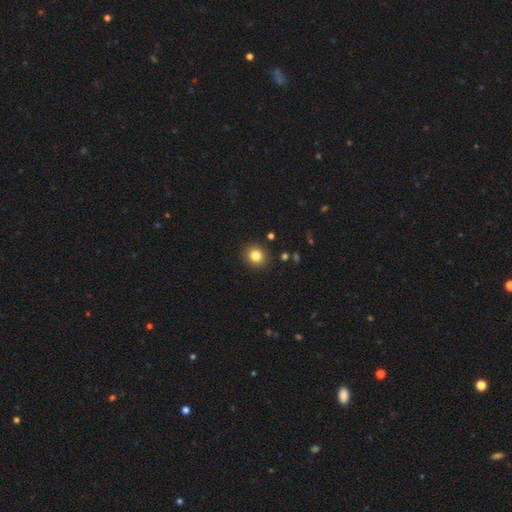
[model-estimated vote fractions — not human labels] Morphology: type=smooth (83%); roundness=round (83%); merging=none (91%).